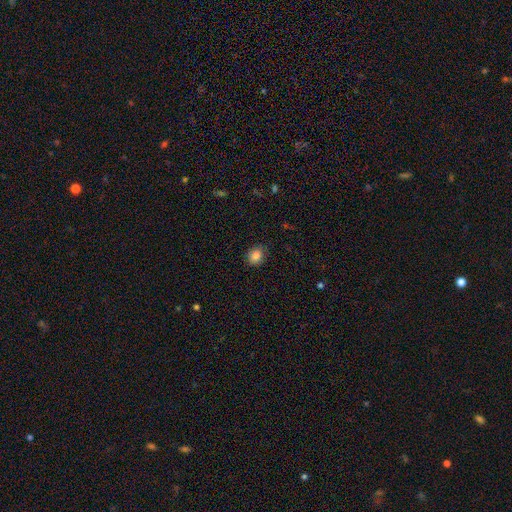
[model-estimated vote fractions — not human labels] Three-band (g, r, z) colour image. It shows a smooth galaxy with no disk features (86%) that is round (60%). Merging: none (84%).